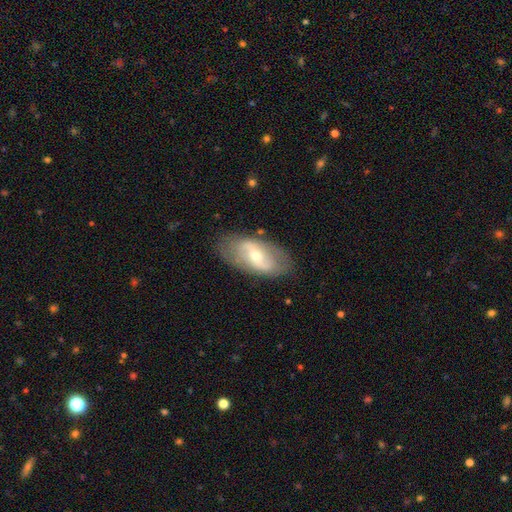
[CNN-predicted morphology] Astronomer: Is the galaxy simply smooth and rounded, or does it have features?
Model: featured or disk — 66%.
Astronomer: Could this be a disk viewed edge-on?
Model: no — 91%.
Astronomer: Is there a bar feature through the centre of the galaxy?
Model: weak — 42% (runner-up: no, 30%).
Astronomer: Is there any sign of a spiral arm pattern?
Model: yes — 65%.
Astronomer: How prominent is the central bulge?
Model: moderate — 49% (runner-up: small, 46%).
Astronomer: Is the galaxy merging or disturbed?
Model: none — 79%.